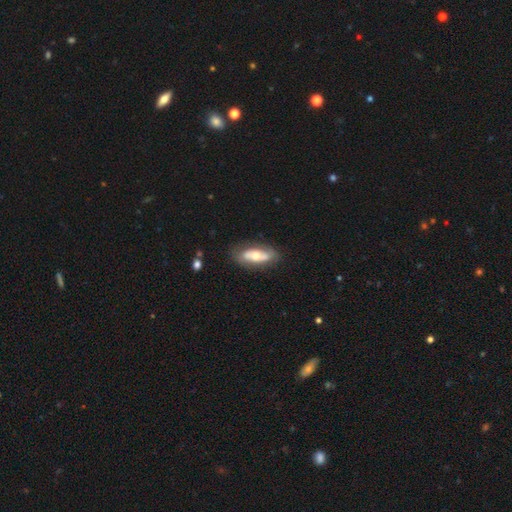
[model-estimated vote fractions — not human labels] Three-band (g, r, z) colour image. It shows a featured or disk galaxy (55%). Merging: none (76%).